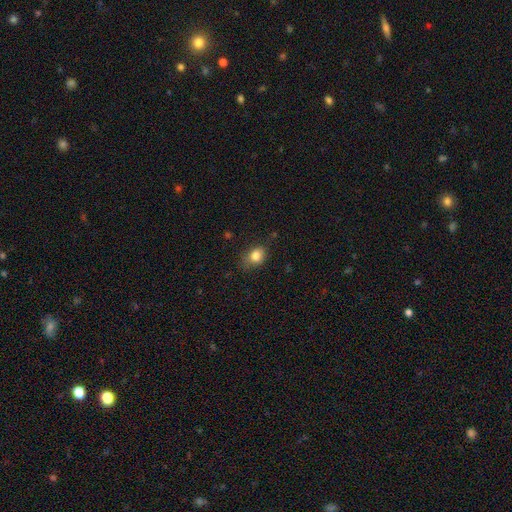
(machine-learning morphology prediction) A smooth galaxy with no disk features (83%) that is in between round and cigar-shaped (55%).

Vote fractions:
- Smooth or featured? smooth: 83% / star or artifact: 10% / featured or disk: 7%
- How rounded? in between: 55% / round: 44% / cigar-shaped: 1%
- Merging? none: 68% / minor disturbance: 25% / major disturbance: 6% / merger: 2%